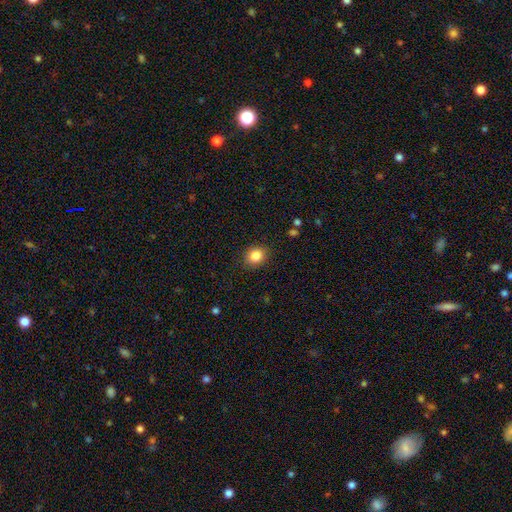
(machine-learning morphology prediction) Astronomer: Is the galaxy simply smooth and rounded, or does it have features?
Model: smooth — 86%.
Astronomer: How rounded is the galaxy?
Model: round — 64%.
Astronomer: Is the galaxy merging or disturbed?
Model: none — 87%.